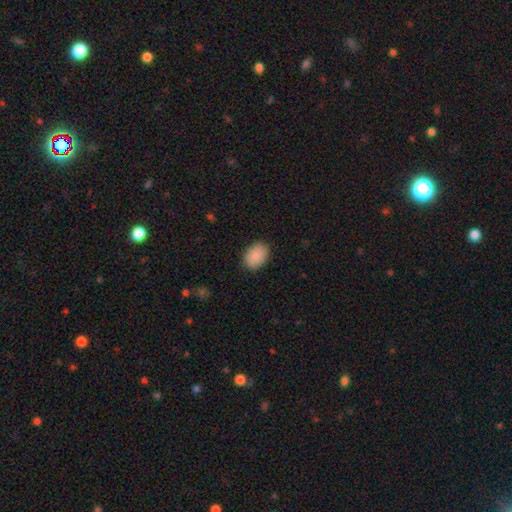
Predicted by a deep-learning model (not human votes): Morphology: type=smooth (88%); roundness=in between (83%); merging=none (87%).